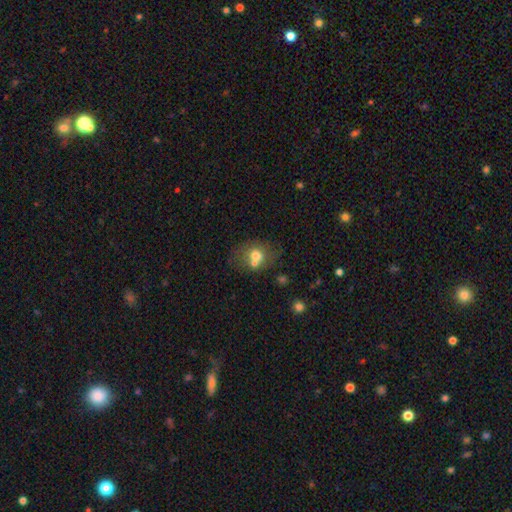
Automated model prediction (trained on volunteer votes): This appears to be a smooth galaxy with no disk features (65%) that is round (53%). Merging: none (44%).